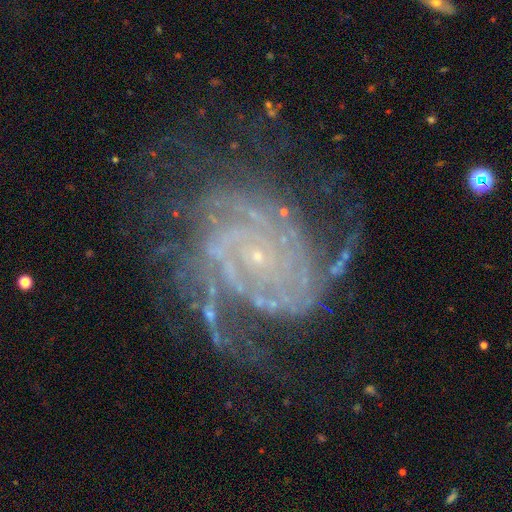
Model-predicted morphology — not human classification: This appears to be a featured or disk galaxy (88%) with no bar (73%), 2 (23%) tight (63%) spiral arms (97%) and a small central bulge (87%). Merging: none (63%).